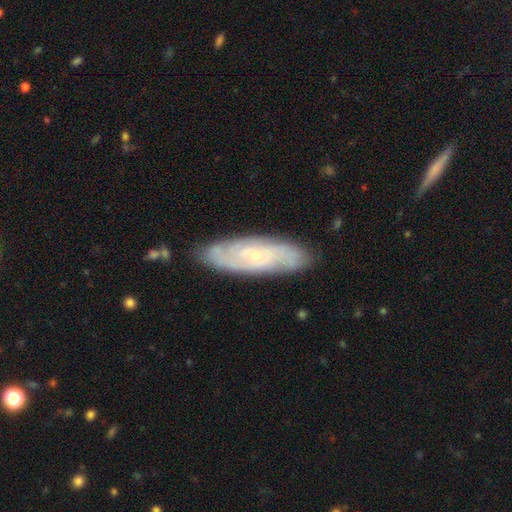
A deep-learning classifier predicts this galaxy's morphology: This appears to be a featured or disk galaxy (73%) with no bar (72%), tight (62%) spiral arms (88%) and a small central bulge (81%). Merging: none (82%).